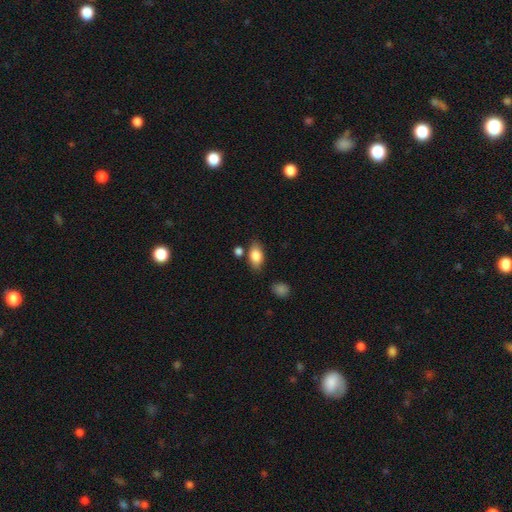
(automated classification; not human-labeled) This is clearly a smooth galaxy (83%). How rounded: clearly in between (89%). Merging: likely none (76%).